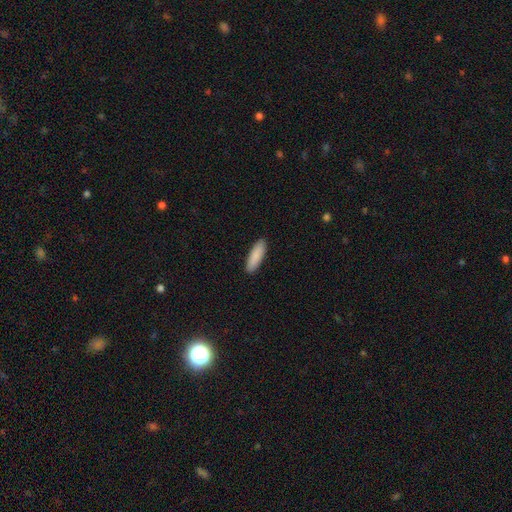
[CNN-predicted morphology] smooth 88%, featured or disk 7%, star or artifact 5%. Down the decision tree: how rounded — in between (54%); merging — none (90%).